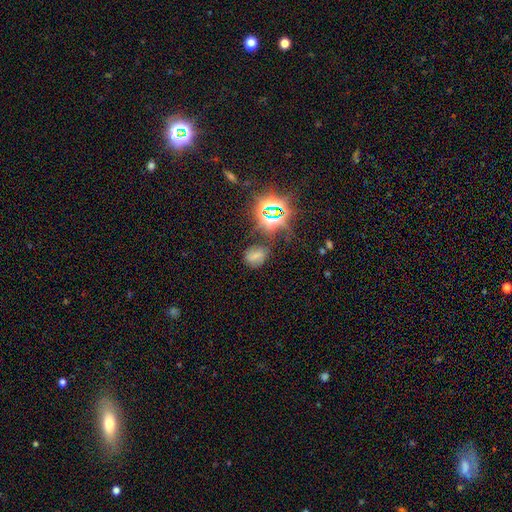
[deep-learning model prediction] Morphology: type=smooth (45%); merging=none (67%).